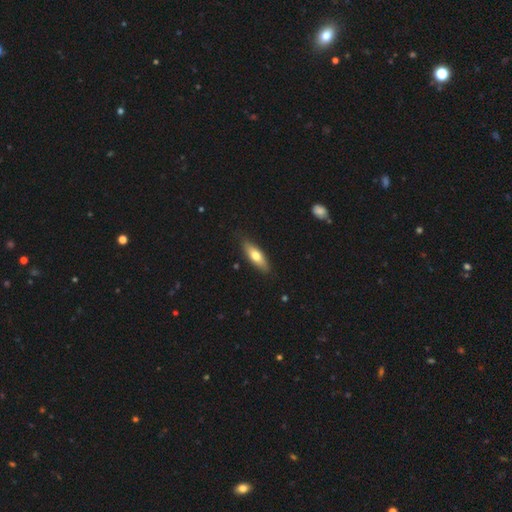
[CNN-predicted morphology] This appears to be a smooth galaxy with no disk features (68%) that is in between round and cigar-shaped (58%). Merging: none (84%).